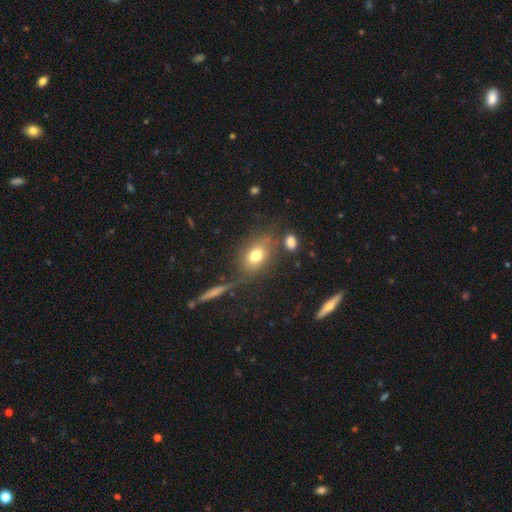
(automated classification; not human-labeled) A smooth galaxy with no disk features (74%) that is in between round and cigar-shaped (67%). Merging: none (70%).